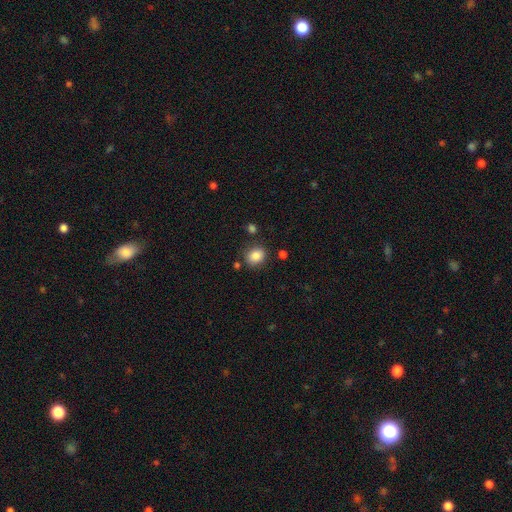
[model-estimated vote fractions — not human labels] smooth 85%, star or artifact 9%, featured or disk 6%. Down the decision tree: how rounded — round (63%); merging — none (79%).